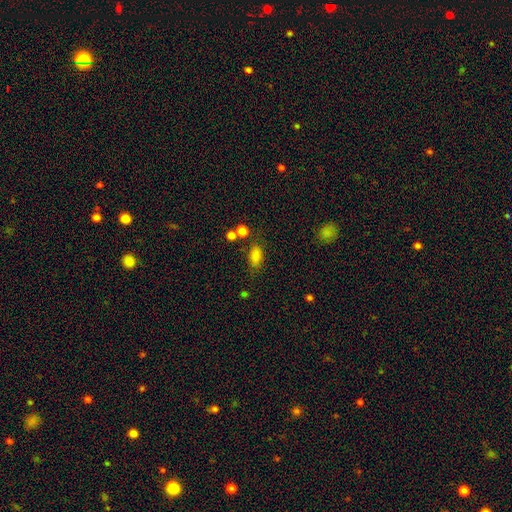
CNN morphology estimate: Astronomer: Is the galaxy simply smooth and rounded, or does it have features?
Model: smooth — 83%.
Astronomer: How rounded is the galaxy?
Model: in between — 87%.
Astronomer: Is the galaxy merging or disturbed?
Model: none — 69%.